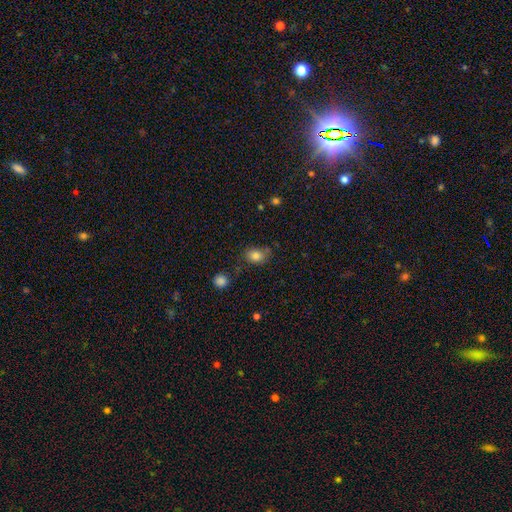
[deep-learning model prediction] Smooth or featured? smooth (82%)
How rounded? in between (57%)
Merging? none (67%)